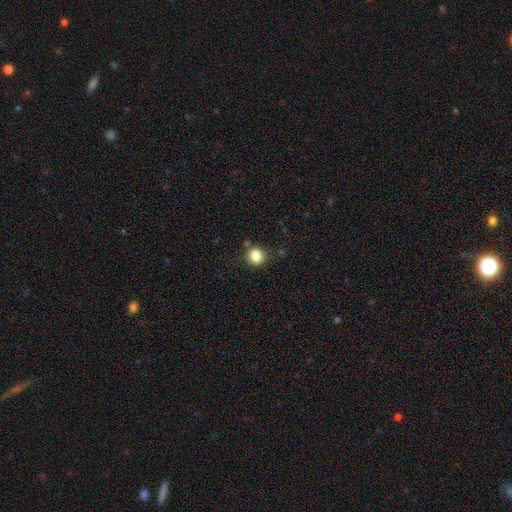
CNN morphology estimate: smooth 84%, star or artifact 11%, featured or disk 5%. Down the decision tree: how rounded — round (75%); merging — none (80%).